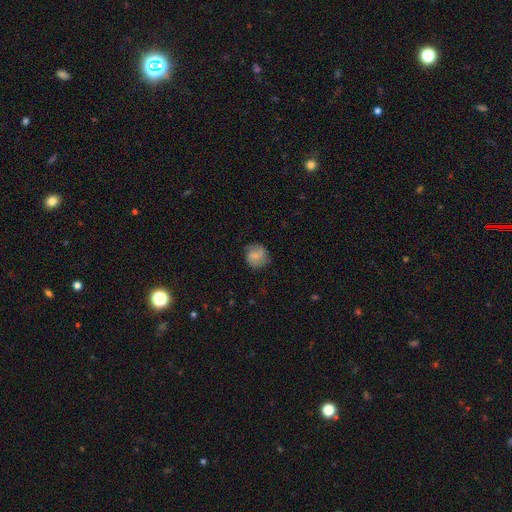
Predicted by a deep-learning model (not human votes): This is possibly a smooth galaxy (56%). How rounded: clearly round (85%). Merging: likely none (76%).